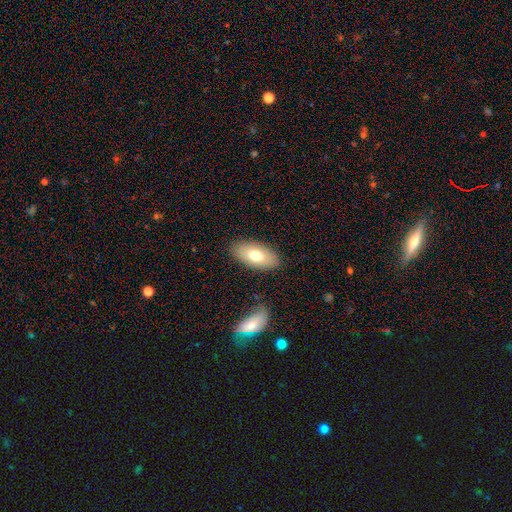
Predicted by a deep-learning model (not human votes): A smooth galaxy with no disk features (71%) that is in between round and cigar-shaped (92%).

Vote fractions:
- Smooth or featured? smooth: 71% / featured or disk: 23% / star or artifact: 7%
- How rounded? in between: 92% / cigar-shaped: 6% / round: 3%
- Merging? none: 85% / minor disturbance: 10% / major disturbance: 3% / merger: 2%